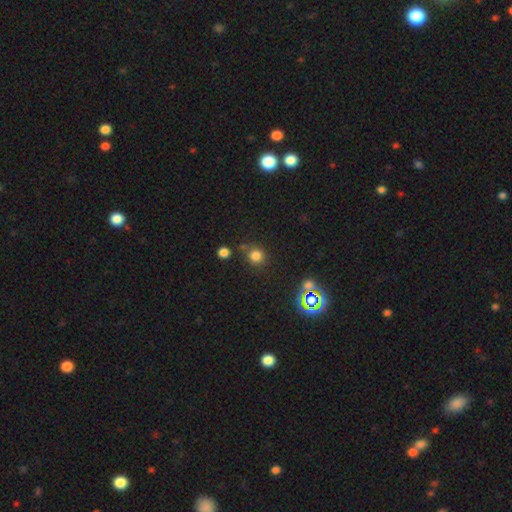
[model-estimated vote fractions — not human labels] Smooth or featured: smooth — 75% (star or artifact — 19%)
How rounded: round — 90% (in between — 9%)
Merging: none — 74% (minor disturbance — 11%)